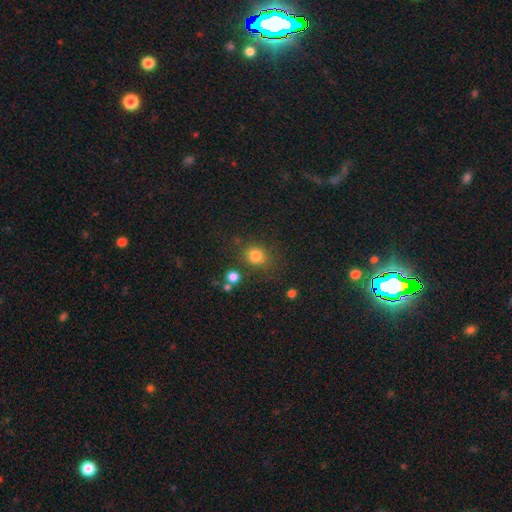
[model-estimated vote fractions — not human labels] Q: Smooth or featured?
A: smooth (80%); runner-up: star or artifact (14%)
Q: How rounded?
A: round (76%); runner-up: in between (23%)
Q: Merging?
A: none (72%); runner-up: minor disturbance (14%)